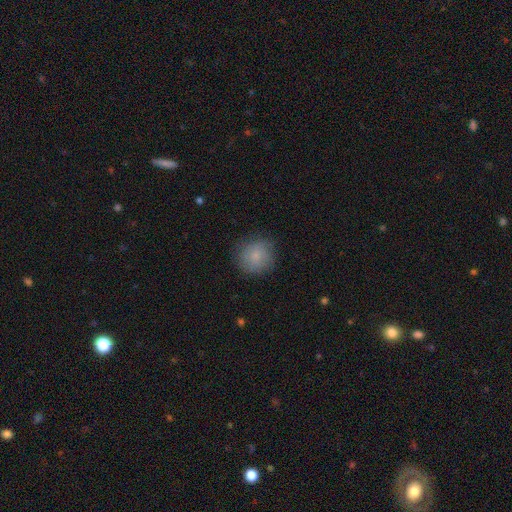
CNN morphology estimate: Overall: smooth (80%). How rounded: round (91%). Merging: none (81%).